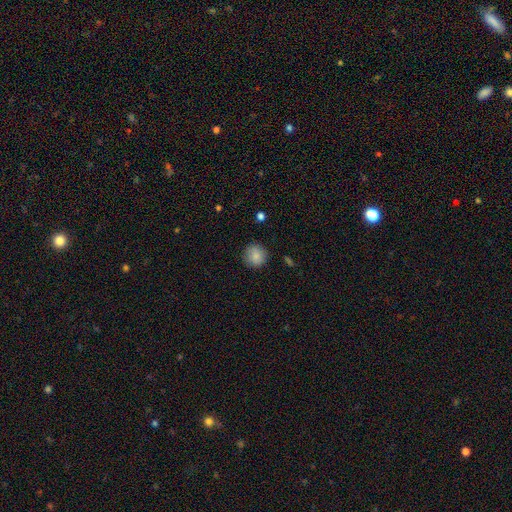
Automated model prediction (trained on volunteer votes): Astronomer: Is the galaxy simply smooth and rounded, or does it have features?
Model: smooth — 86%.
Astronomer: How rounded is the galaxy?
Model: round — 92%.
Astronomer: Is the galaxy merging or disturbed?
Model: none — 87%.